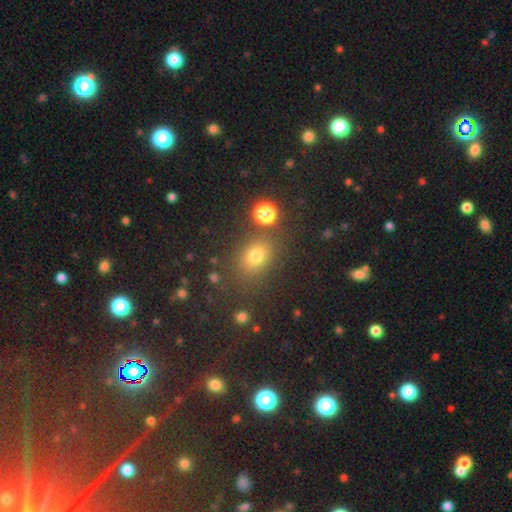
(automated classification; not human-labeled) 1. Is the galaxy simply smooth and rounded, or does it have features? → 68% smooth, 24% star or artifact, 8% featured or disk.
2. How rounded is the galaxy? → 53% in between, 46% round, 2% cigar-shaped.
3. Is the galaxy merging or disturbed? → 79% none, 11% minor disturbance, 6% merger, 4% major disturbance.